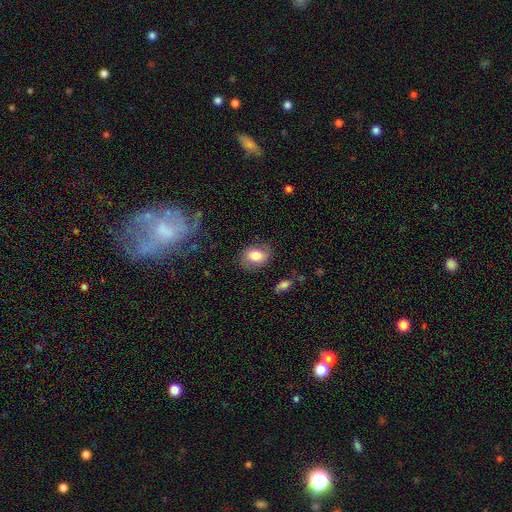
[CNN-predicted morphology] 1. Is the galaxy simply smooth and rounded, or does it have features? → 71% smooth, 21% featured or disk, 8% star or artifact.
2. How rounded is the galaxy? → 64% in between, 35% round, 1% cigar-shaped.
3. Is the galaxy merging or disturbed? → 77% none, 16% minor disturbance, 5% major disturbance, 2% merger.